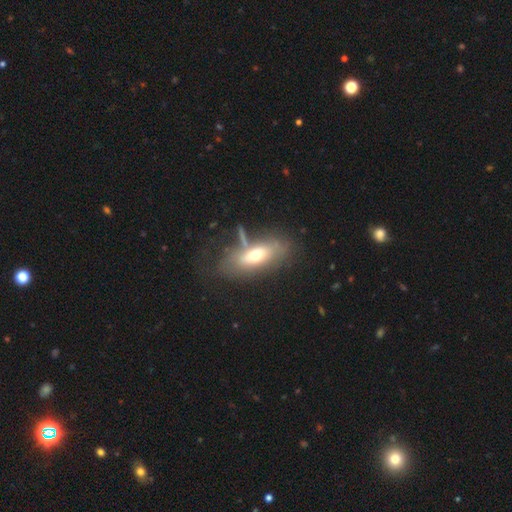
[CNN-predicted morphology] smooth 56%, featured or disk 34%, star or artifact 10%. Down the decision tree: how rounded — in between (78%); merging — none (54%).